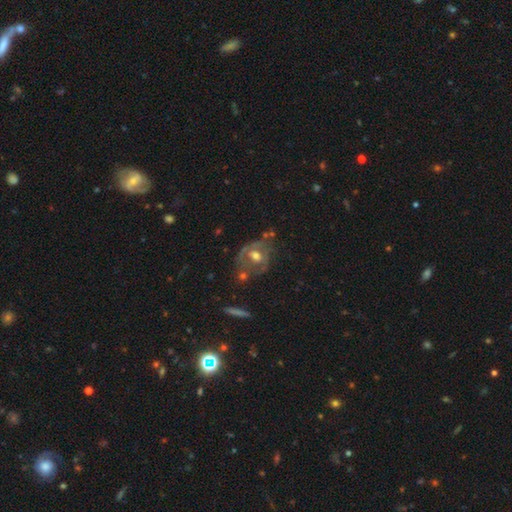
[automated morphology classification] Smooth or featured?
  - featured or disk: 63% *
  - smooth: 29%
  - star or artifact: 8%
Edge-on disk?
  - no: 94% *
  - yes: 6%
Bar?
  - no: 57% *
  - weak: 32%
  - strong: 11%
Spiral arms?
  - no: 54% *
  - yes: 46%
Bulge size?
  - moderate: 70% *
  - large: 15%
  - small: 12%
  - none: 2%
  - dominant: 1%
Merging?
  - none: 48% *
  - minor disturbance: 23%
  - major disturbance: 17%
  - merger: 12%